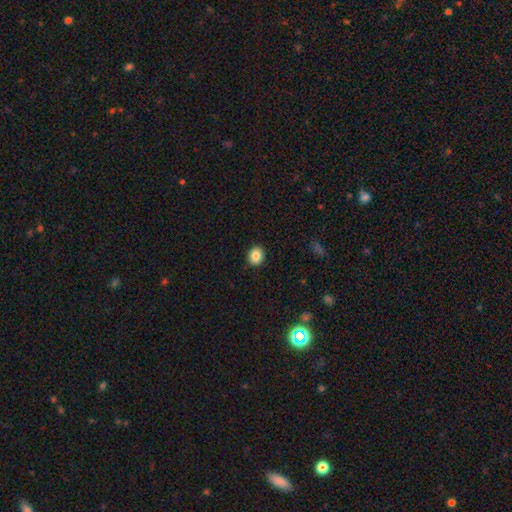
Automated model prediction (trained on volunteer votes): Morphology: type=smooth (85%); roundness=round (69%); merging=none (90%).